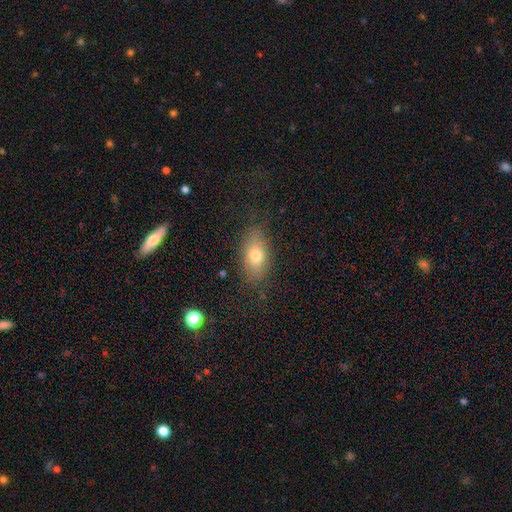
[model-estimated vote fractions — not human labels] Smooth or featured? smooth (74%)
How rounded? in between (86%)
Merging? none (78%)